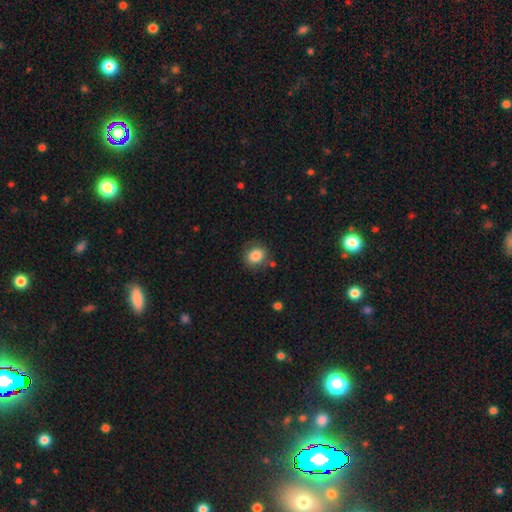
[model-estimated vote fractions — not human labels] Morphology: type=smooth (83%); roundness=round (72%); merging=none (79%).